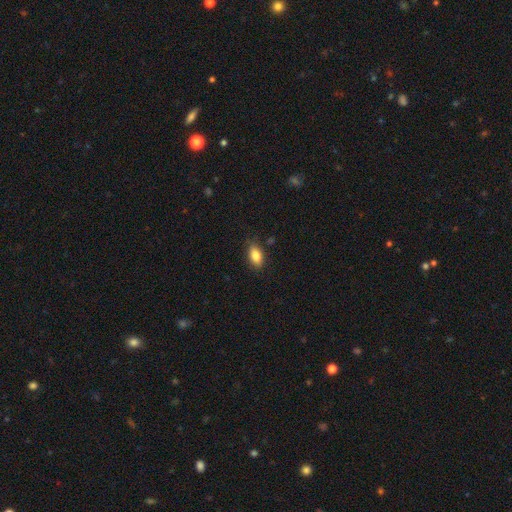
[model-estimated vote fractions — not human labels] Morphology: type=smooth (84%); roundness=in between (89%); merging=none (83%).